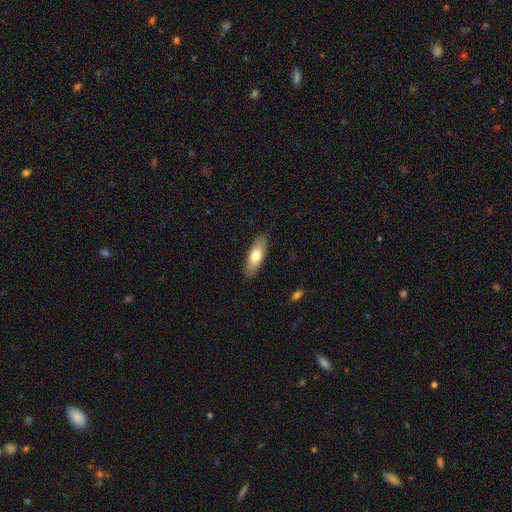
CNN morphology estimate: smooth 69%, featured or disk 26%, star or artifact 6%. Down the decision tree: how rounded — in between (58%); merging — none (88%).